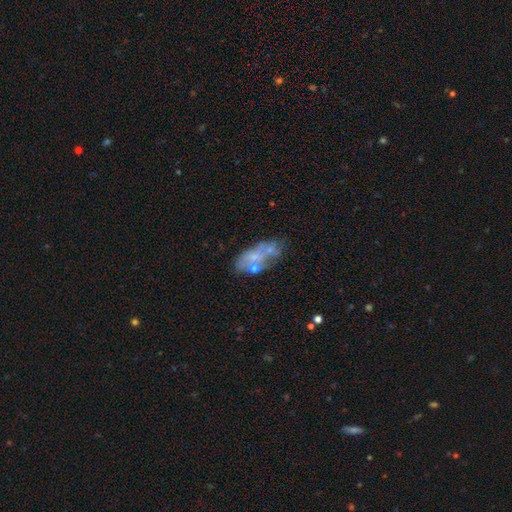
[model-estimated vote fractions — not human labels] Overall: featured or disk (48%; smooth 41%). Merging: none (41%; minor disturbance 23%).